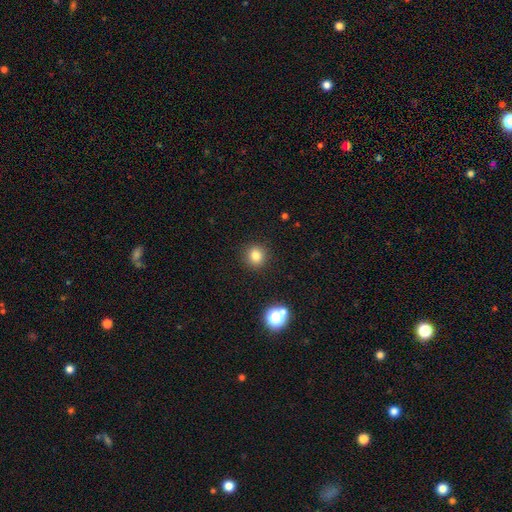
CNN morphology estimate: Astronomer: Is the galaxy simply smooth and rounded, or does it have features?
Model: smooth — 80%.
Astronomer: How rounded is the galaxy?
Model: round — 88%.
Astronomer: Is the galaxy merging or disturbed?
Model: none — 90%.